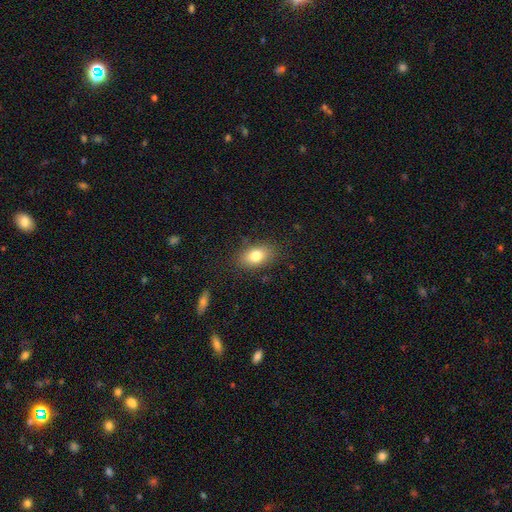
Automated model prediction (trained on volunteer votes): This appears to be a smooth galaxy with no disk features (80%) that is in between round and cigar-shaped (85%). Merging: none (83%).